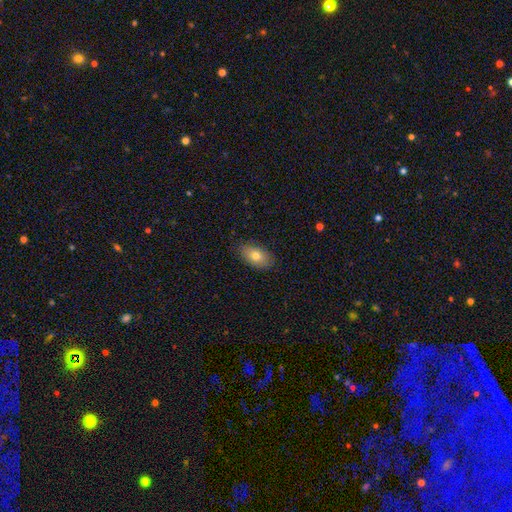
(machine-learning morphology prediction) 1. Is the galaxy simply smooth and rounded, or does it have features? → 75% smooth, 17% featured or disk, 8% star or artifact.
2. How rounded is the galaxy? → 90% in between, 8% round, 2% cigar-shaped.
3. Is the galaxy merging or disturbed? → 85% none, 12% minor disturbance, 2% major disturbance, 1% merger.